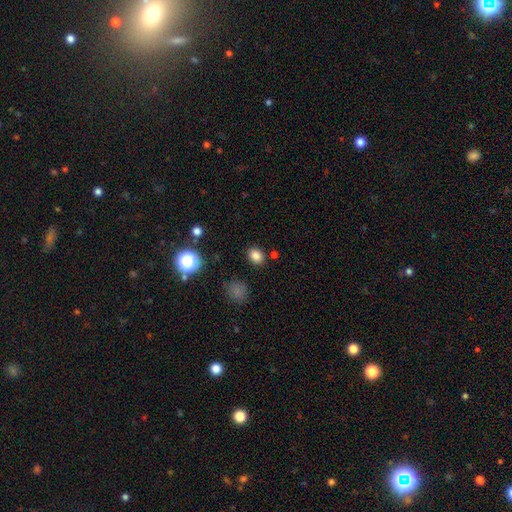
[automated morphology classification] This appears to be a smooth galaxy with no disk features (82%) that is in between round and cigar-shaped (61%). Merging: none (84%).